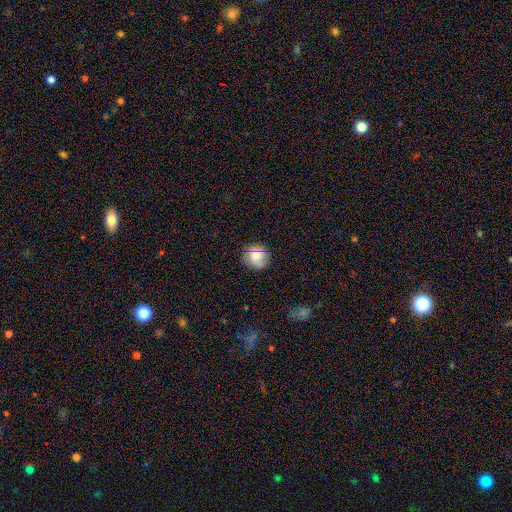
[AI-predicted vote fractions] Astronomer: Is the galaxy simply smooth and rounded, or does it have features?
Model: smooth — 70%.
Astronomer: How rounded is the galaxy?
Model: round — 88%.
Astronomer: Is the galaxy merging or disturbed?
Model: none — 82%.